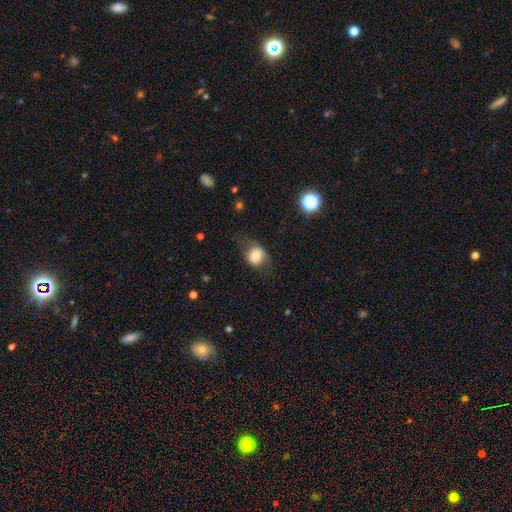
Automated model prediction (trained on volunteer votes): Smooth or featured?
  - smooth: 69% *
  - featured or disk: 21%
  - star or artifact: 10%
How rounded?
  - round: 63% *
  - in between: 36%
  - cigar-shaped: 1%
Merging?
  - none: 55% *
  - minor disturbance: 26%
  - major disturbance: 17%
  - merger: 2%